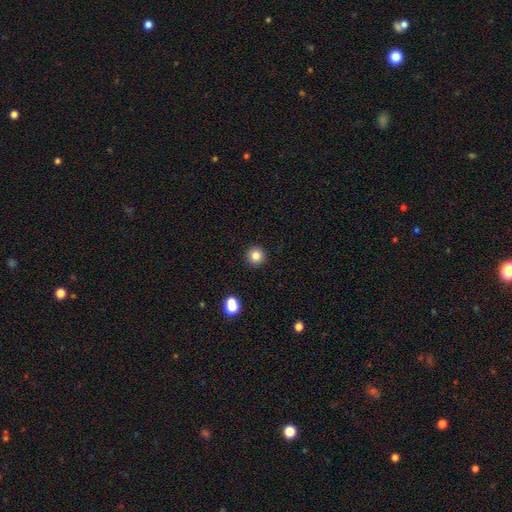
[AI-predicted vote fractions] Q: Smooth or featured?
A: smooth (82%); runner-up: star or artifact (12%)
Q: How rounded?
A: round (95%); runner-up: in between (4%)
Q: Merging?
A: none (93%); runner-up: minor disturbance (4%)